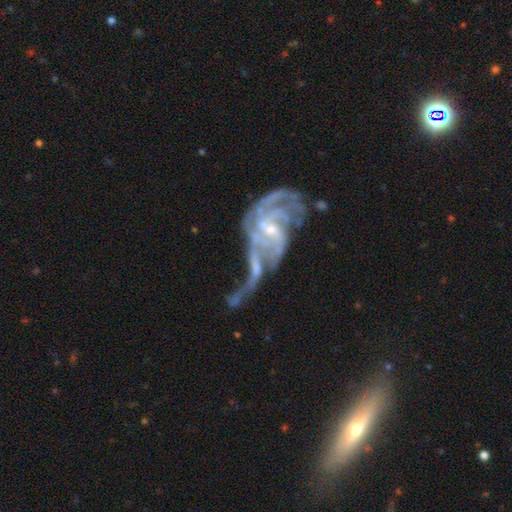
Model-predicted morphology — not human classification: Smooth or featured? Predicted: featured or disk (p=0.86). Edge-on disk? Predicted: no (p=0.95). Bar? Predicted: weak (p=0.45). Spiral arms? Predicted: yes (p=0.93). Spiral winding? Predicted: medium (p=0.42). Spiral arm count? Predicted: 2 (p=0.34). Bulge size? Predicted: small (p=0.61). Merging? Predicted: merger (p=0.38).